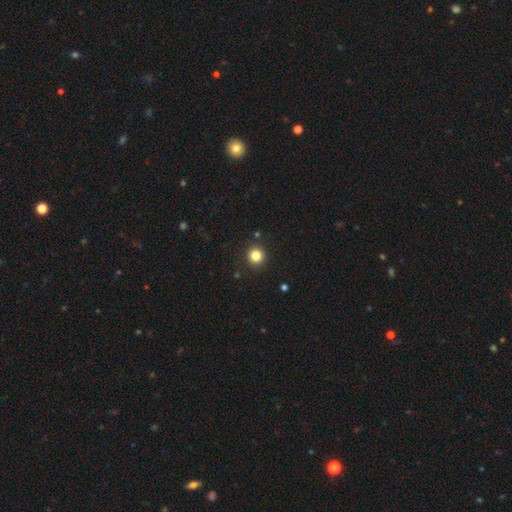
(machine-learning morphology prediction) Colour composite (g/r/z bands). It shows a smooth galaxy with no disk features (83%) that is round (94%). Merging: none (92%).